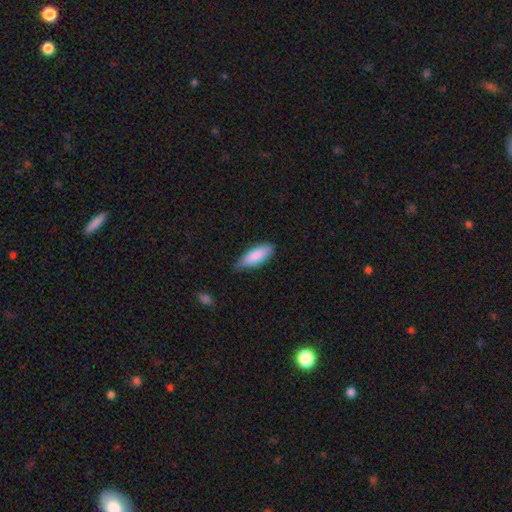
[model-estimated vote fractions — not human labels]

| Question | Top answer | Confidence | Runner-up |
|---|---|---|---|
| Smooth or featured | smooth | 86% | featured or disk (8%) |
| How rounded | in between | 69% | cigar-shaped (30%) |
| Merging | none | 73% | minor disturbance (23%) |